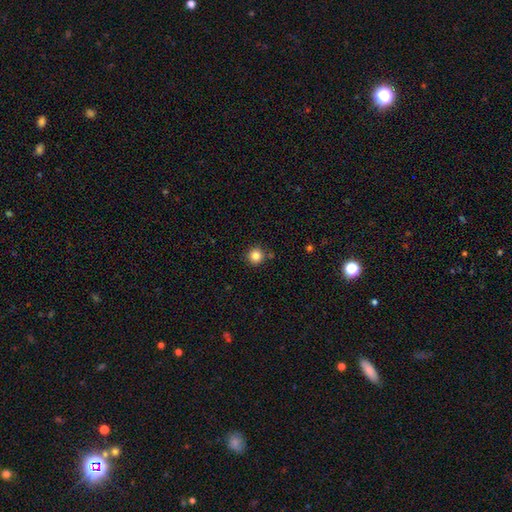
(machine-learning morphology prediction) The model was most divided on "smooth or featured": smooth: 84%, star or artifact: 11%, featured or disk: 5%. More confident: how rounded — round (95%); merging — none (87%).